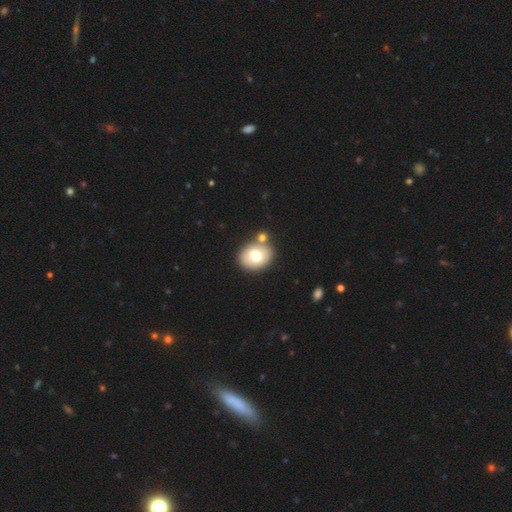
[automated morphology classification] type=smooth (71%); roundness=in between (57%); merging=none (71%).